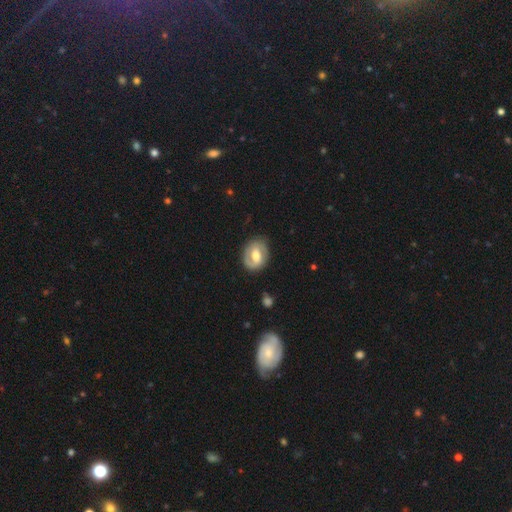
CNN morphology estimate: smooth-or-featured: featured or disk: 63% | smooth: 31% | star or artifact: 6%
  disk-edge-on: no: 96% | yes: 4%
    bar: weak: 48% | no: 26% | strong: 26%
    has-spiral-arms: yes: 71% | no: 29%
    bulge-size: moderate: 66% | large: 20% | small: 11% | none: 2% | dominant: 1%
  merging: none: 78% | minor disturbance: 15% | major disturbance: 5% | merger: 1%